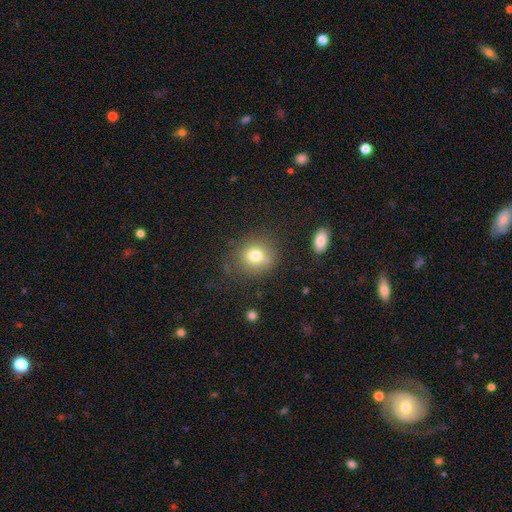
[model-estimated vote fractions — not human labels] Smooth or featured? smooth (77%)
How rounded? round (80%)
Merging? none (76%)